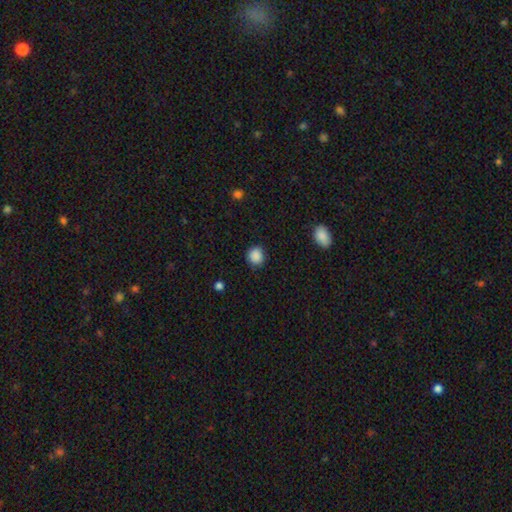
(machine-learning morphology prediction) This is clearly a smooth galaxy (88%). How rounded: clearly round (86%). Merging: clearly none (87%).